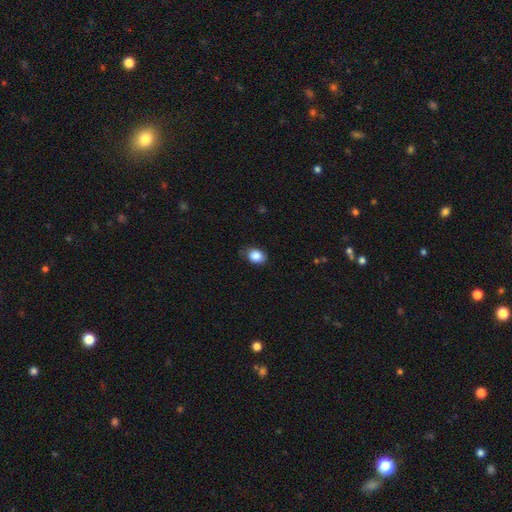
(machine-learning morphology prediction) Smooth or featured? smooth (87%)
How rounded? in between (60%)
Merging? none (71%)